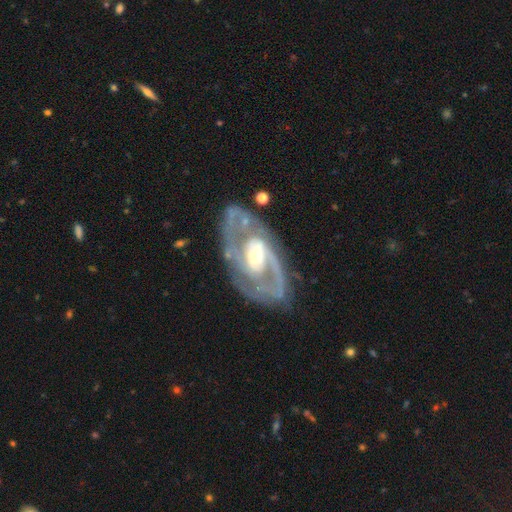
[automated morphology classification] featured or disk 88%, smooth 7%, star or artifact 4%. Down the decision tree: edge-on disk — no (95%); bar — weak (39%); spiral arms — yes (90%); spiral arm count — 2 (77%); spiral winding — medium (46%); bulge size — moderate (60%); merging — none (71%).